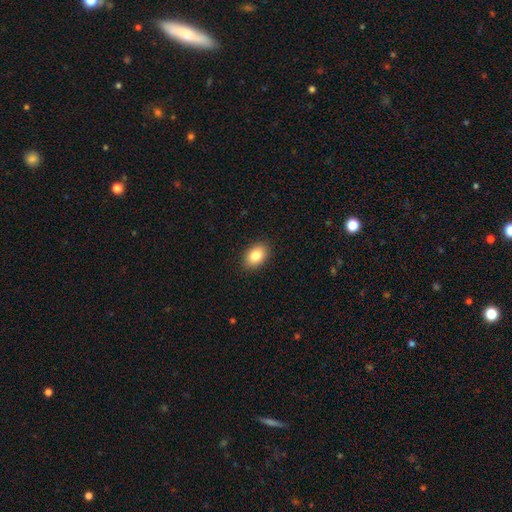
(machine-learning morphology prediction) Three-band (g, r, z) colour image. It shows a smooth galaxy with no disk features (85%) that is in between round and cigar-shaped (85%). Merging: none (89%).